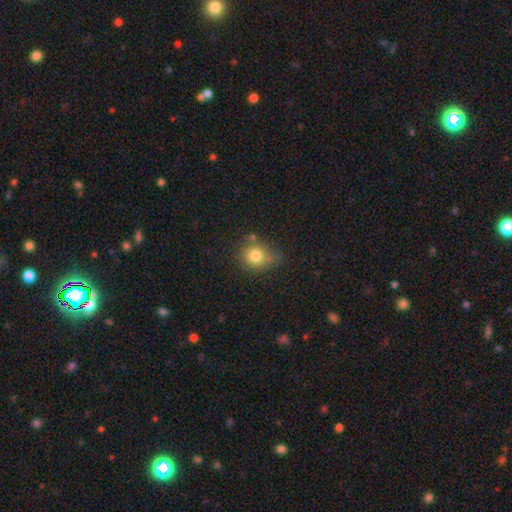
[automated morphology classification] smooth-or-featured: smooth: 78% | star or artifact: 11% | featured or disk: 10%
  how-rounded: round: 72% | in between: 27% | cigar-shaped: 1%
  merging: none: 58% | minor disturbance: 23% | merger: 12% | major disturbance: 7%